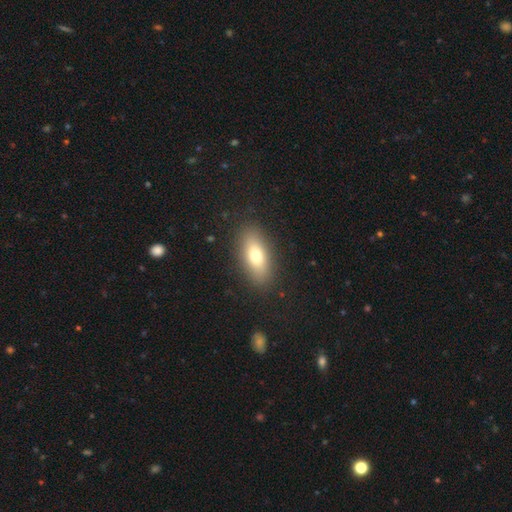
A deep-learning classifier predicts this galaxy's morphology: smooth 73%, featured or disk 19%, star or artifact 8%. Down the decision tree: how rounded — in between (79%); merging — none (87%).